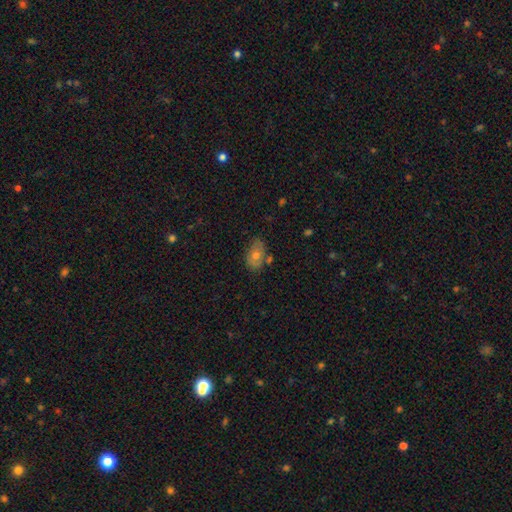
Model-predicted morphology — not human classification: A smooth galaxy with no disk features (61%) that is in between round and cigar-shaped (85%).

Vote fractions:
- Smooth or featured? smooth: 61% / featured or disk: 26% / star or artifact: 13%
- How rounded? in between: 85% / round: 13% / cigar-shaped: 2%
- Merging? none: 67% / minor disturbance: 21% / merger: 7% / major disturbance: 5%